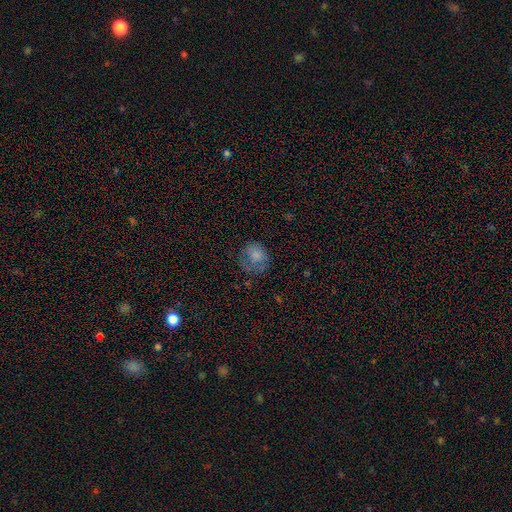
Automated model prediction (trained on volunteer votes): A smooth galaxy with no disk features (75%) that is round (73%). Merging: none (54%).